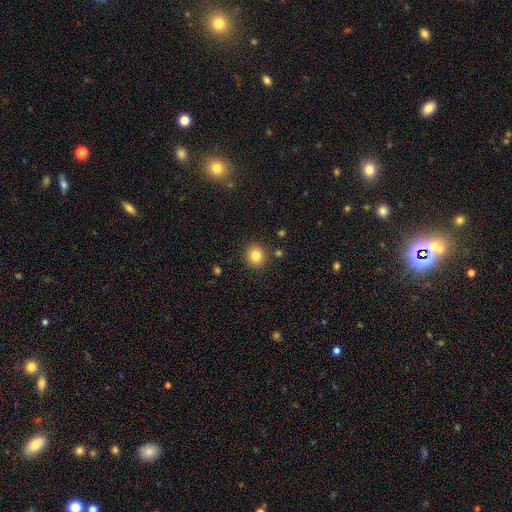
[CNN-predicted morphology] Smooth or featured? smooth (83%)
How rounded? round (85%)
Merging? none (88%)